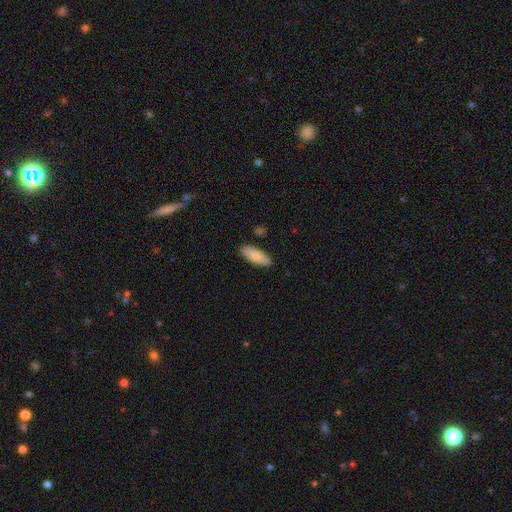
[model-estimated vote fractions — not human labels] Q: Smooth or featured?
A: smooth (85%); runner-up: featured or disk (10%)
Q: How rounded?
A: in between (71%); runner-up: cigar-shaped (28%)
Q: Merging?
A: none (87%); runner-up: minor disturbance (10%)